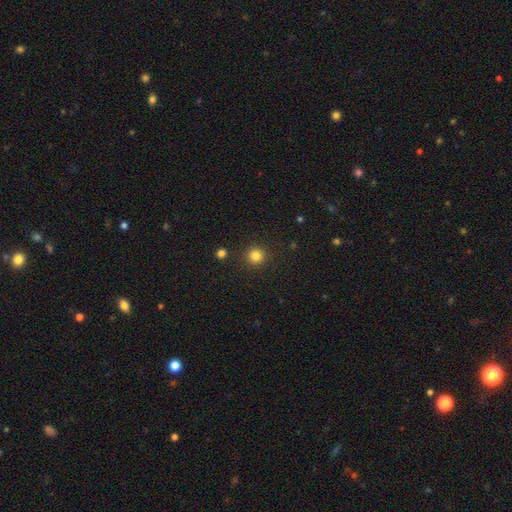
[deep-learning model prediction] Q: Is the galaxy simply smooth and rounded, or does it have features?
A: smooth — 83%.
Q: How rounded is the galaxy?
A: round — 94%.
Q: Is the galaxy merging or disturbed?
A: none — 90%.